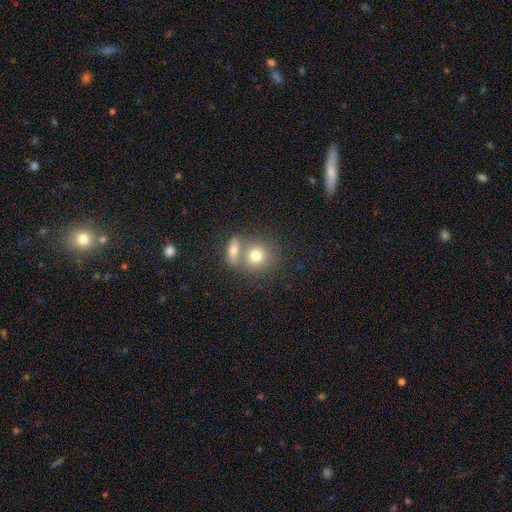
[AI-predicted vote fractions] Overall: smooth (74%). How rounded: round (78%). Merging: none (45%; merger 43%).